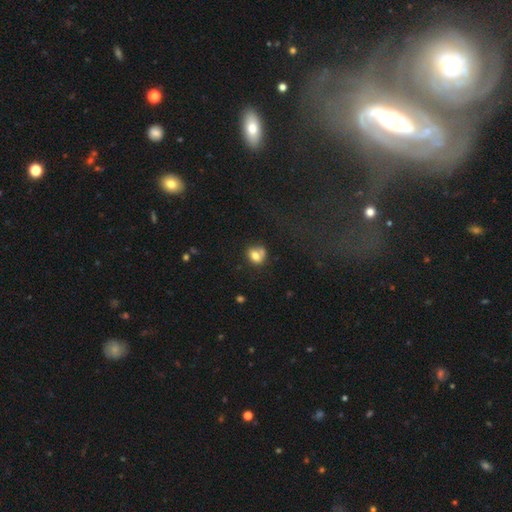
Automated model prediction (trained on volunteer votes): Smooth or featured? smooth (72%)
How rounded? round (61%)
Merging? none (41%)